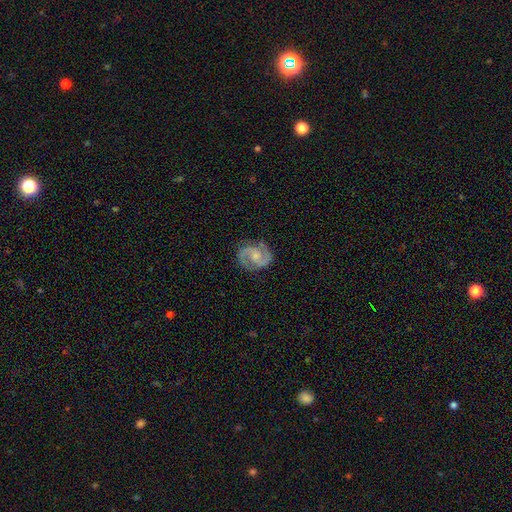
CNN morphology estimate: Smooth or featured? Predicted: featured or disk (p=0.90). Edge-on disk? Predicted: no (p=0.98). Bar? Predicted: no (p=0.56). Spiral arms? Predicted: yes (p=0.98). Spiral winding? Predicted: medium (p=0.58). Spiral arm count? Predicted: 2 (p=0.93). Bulge size? Predicted: small (p=0.51). Merging? Predicted: none (p=0.83).